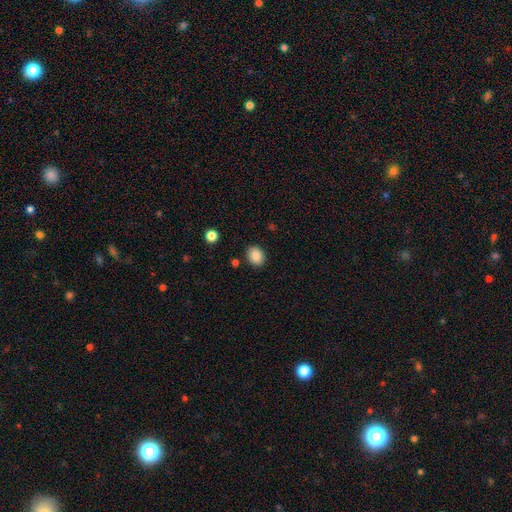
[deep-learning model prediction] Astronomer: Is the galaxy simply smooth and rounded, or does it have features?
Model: smooth — 87%.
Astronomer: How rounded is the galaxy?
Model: round — 53% (runner-up: in between, 47%).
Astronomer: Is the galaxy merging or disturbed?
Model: none — 86%.